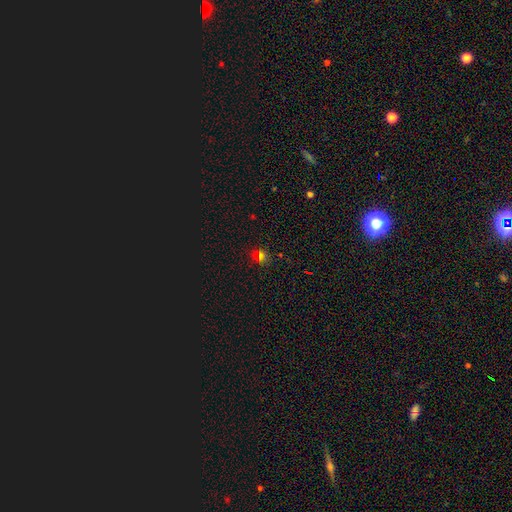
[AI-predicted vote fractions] Smooth or featured?
  - smooth: 52% *
  - star or artifact: 41%
  - featured or disk: 7%
How rounded?
  - round: 75% *
  - in between: 23%
  - cigar-shaped: 2%
Merging?
  - none: 82% *
  - minor disturbance: 10%
  - merger: 4%
  - major disturbance: 4%